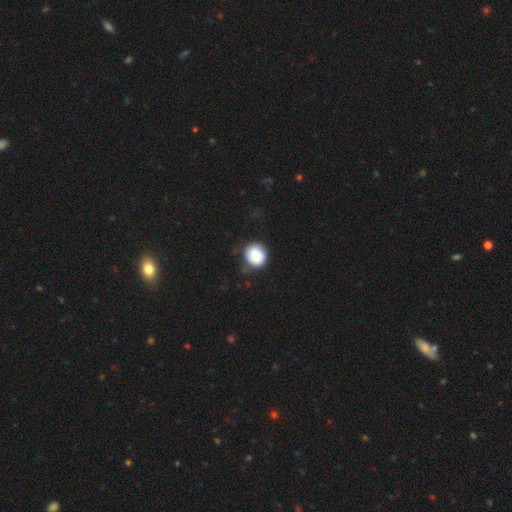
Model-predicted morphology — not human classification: Overall: smooth (80%). How rounded: round (82%). Merging: none (59%; minor disturbance 28%).